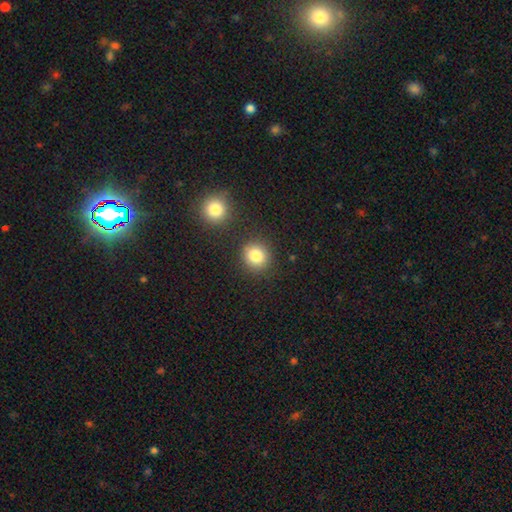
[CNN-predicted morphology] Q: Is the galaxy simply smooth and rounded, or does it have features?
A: smooth — 83%.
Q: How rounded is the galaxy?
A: round — 86%.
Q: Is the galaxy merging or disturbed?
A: none — 84%.